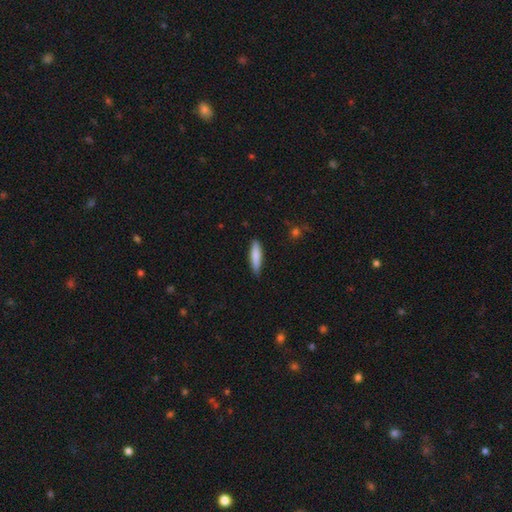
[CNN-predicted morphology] smooth-or-featured: smooth: 82% | featured or disk: 12% | star or artifact: 6%
  how-rounded: cigar-shaped: 78% | in between: 21% | round: 1%
  merging: none: 83% | minor disturbance: 13% | major disturbance: 2% | merger: 1%